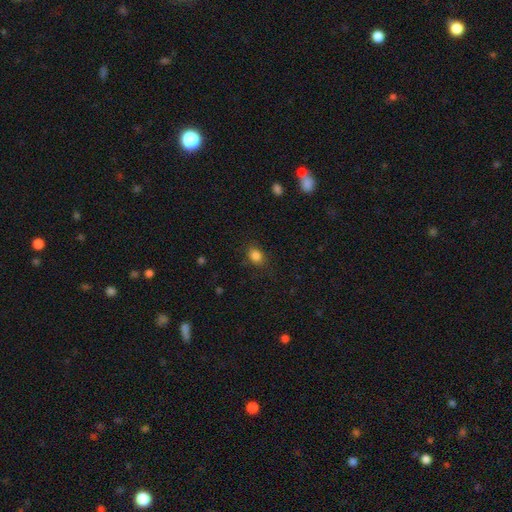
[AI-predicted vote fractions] smooth 84%, star or artifact 11%, featured or disk 5%. Down the decision tree: how rounded — in between (60%); merging — none (81%).